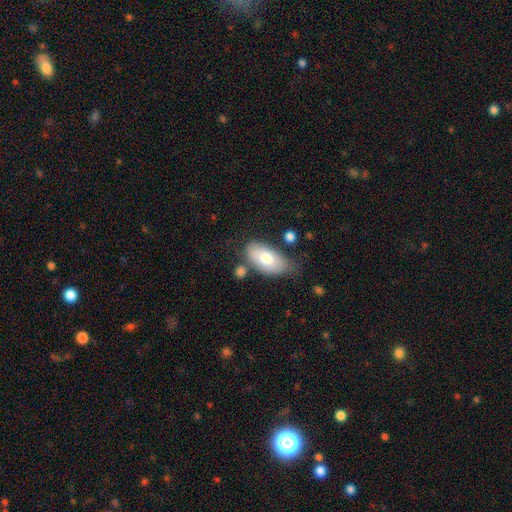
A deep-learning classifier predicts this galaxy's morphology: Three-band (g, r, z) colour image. It shows a smooth galaxy with no disk features (67%) that is in between round and cigar-shaped (93%). Merging: none (63%).